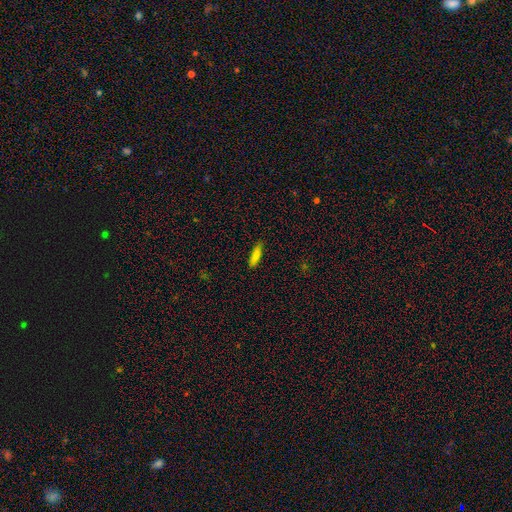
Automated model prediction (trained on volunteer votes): A smooth galaxy with no disk features (80%) that is cigar-shaped (71%). Merging: none (86%).